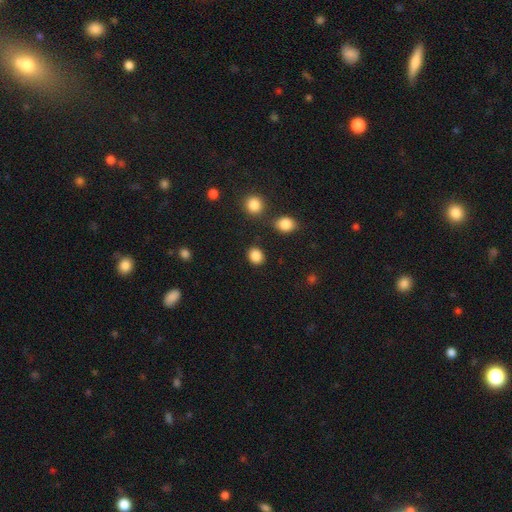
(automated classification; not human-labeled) Smooth or featured? smooth (87%)
How rounded? round (61%)
Merging? none (85%)